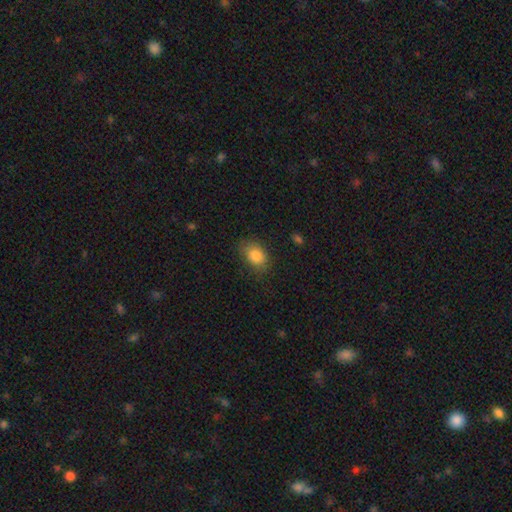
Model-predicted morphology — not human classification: Smooth or featured: smooth — 85% (star or artifact — 8%)
How rounded: in between — 75% (round — 23%)
Merging: none — 71% (minor disturbance — 21%)